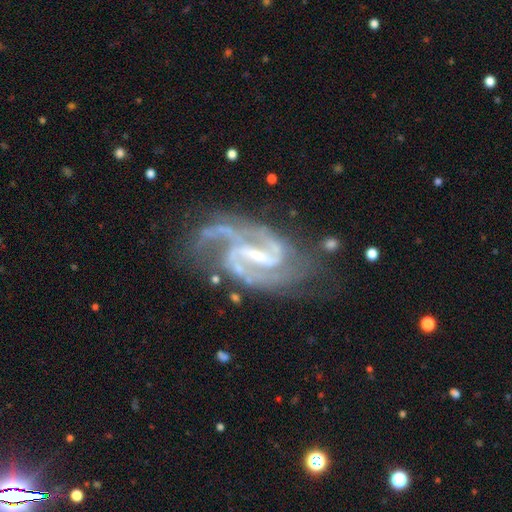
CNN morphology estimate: Q: Smooth or featured?
A: featured or disk (92%); runner-up: star or artifact (5%)
Q: Edge-on disk?
A: no (98%); runner-up: yes (2%)
Q: Bar?
A: strong (47%); runner-up: weak (42%)
Q: Spiral arms?
A: yes (98%); runner-up: no (2%)
Q: Spiral winding?
A: medium (58%); runner-up: tight (25%)
Q: Spiral arm count?
A: 2 (69%); runner-up: 3 (15%)
Q: Bulge size?
A: small (58%); runner-up: moderate (23%)
Q: Merging?
A: none (59%); runner-up: minor disturbance (21%)